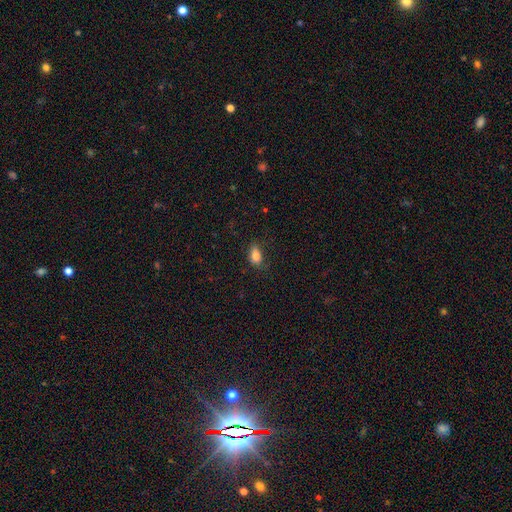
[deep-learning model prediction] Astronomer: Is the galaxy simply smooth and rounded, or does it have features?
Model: smooth — 83%.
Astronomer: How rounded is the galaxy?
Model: in between — 84%.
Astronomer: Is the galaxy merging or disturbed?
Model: none — 73%.